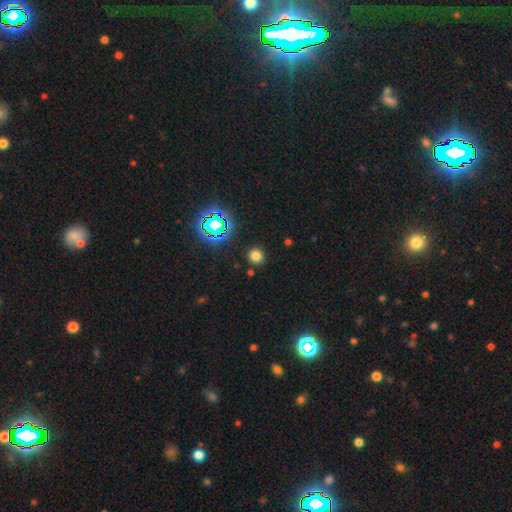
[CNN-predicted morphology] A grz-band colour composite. It shows a smooth galaxy with no disk features (71%) that is round (90%). Merging: none (88%).